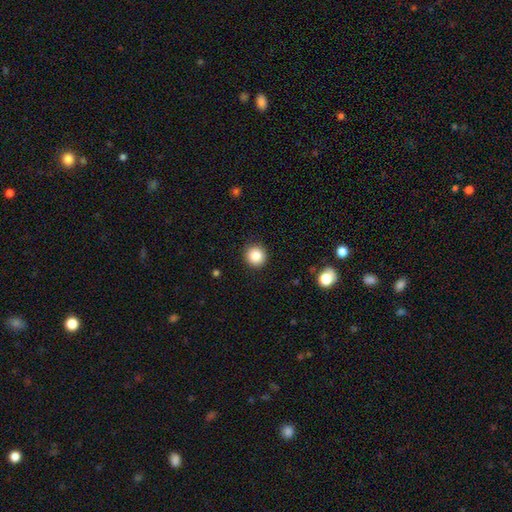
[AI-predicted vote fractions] Q: Smooth or featured?
A: smooth (86%); runner-up: star or artifact (10%)
Q: How rounded?
A: round (94%); runner-up: in between (5%)
Q: Merging?
A: none (92%); runner-up: minor disturbance (5%)